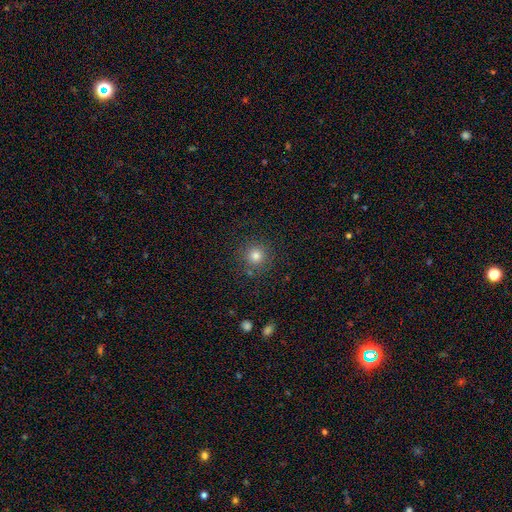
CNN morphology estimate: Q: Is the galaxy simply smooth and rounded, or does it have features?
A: smooth — 80%.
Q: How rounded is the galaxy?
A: round — 95%.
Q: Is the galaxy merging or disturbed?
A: none — 87%.